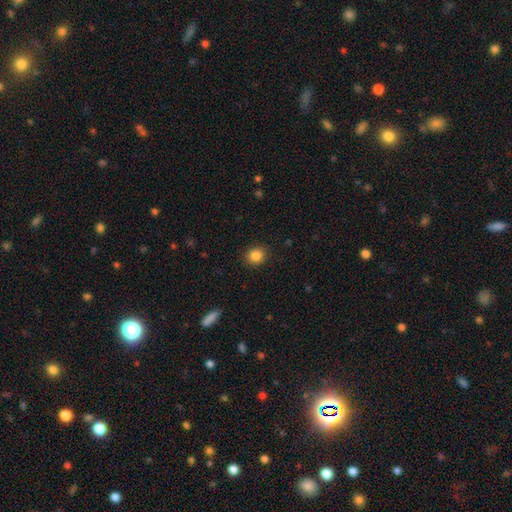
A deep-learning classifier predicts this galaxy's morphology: This appears to be a smooth galaxy with no disk features (85%) that is round (79%). Merging: none (90%).